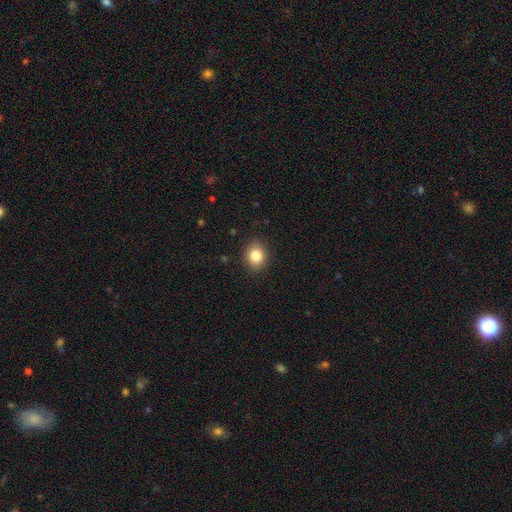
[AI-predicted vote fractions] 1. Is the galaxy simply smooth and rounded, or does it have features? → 84% smooth, 9% star or artifact, 6% featured or disk.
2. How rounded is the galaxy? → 57% round, 42% in between, 1% cigar-shaped.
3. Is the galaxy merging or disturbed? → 89% none, 8% minor disturbance, 2% major disturbance, 1% merger.